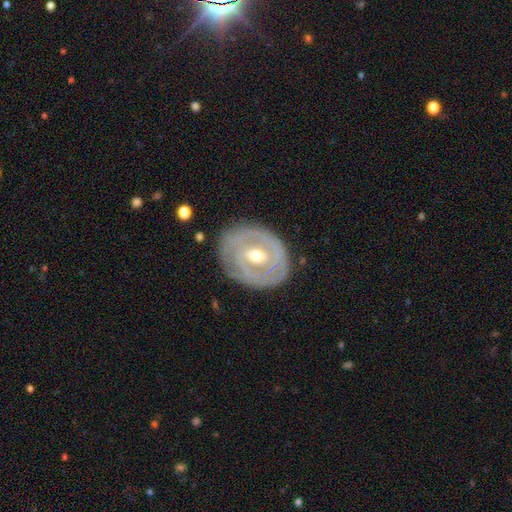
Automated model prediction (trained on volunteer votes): smooth_or_featured: featured or disk (p=0.79) [alt: smooth p=0.16]
disk_edge_on: no (p=0.95) [alt: yes p=0.05]
bar: weak (p=0.43) [alt: no p=0.36]
has_spiral_arms: yes (p=0.71) [alt: no p=0.29]
spiral_winding: tight (p=0.74) [alt: medium p=0.19]
spiral_arm_count: 2 (p=0.40) [alt: can't tell p=0.36]
bulge_size: moderate (p=0.67) [alt: small p=0.28]
merging: none (p=0.78) [alt: minor disturbance p=0.16]